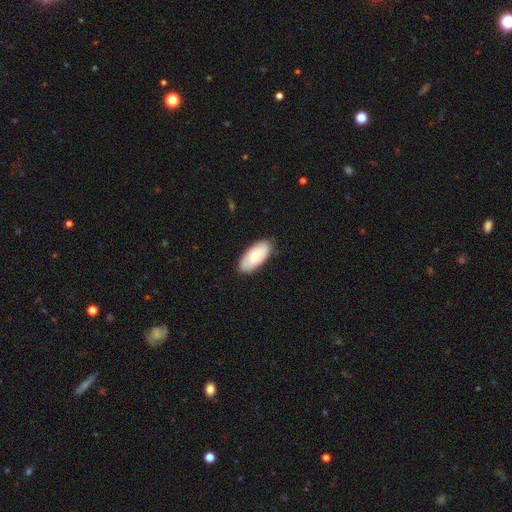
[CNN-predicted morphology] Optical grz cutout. It shows a smooth galaxy with no disk features (64%) that is in between round and cigar-shaped (91%). Merging: none (86%).